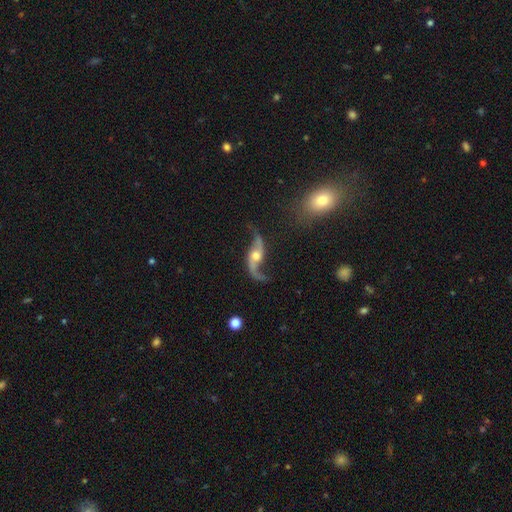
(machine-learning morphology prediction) The model was most divided on "bar": no: 57%, weak: 28%, strong: 14%. More confident: spiral arms — yes (96%); edge-on disk — no (94%); spiral arm count — 2 (93%); spiral winding — loose (91%); smooth or featured — featured or disk (90%); merging — none (72%); bulge size — moderate (64%).